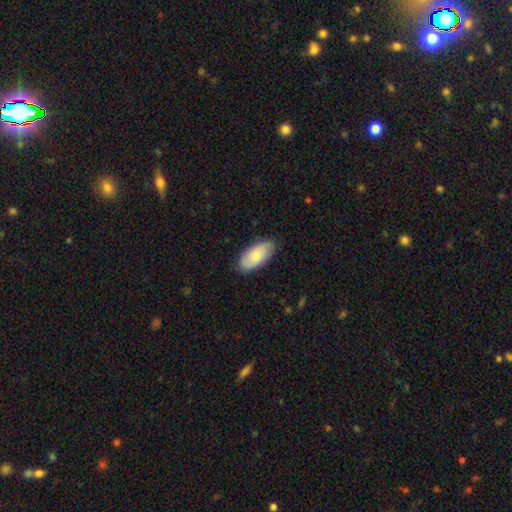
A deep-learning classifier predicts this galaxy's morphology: smooth_or_featured: smooth (p=0.73) [alt: featured or disk p=0.21]
how_rounded: in between (p=0.92) [alt: cigar-shaped p=0.06]
merging: none (p=0.84) [alt: minor disturbance p=0.12]